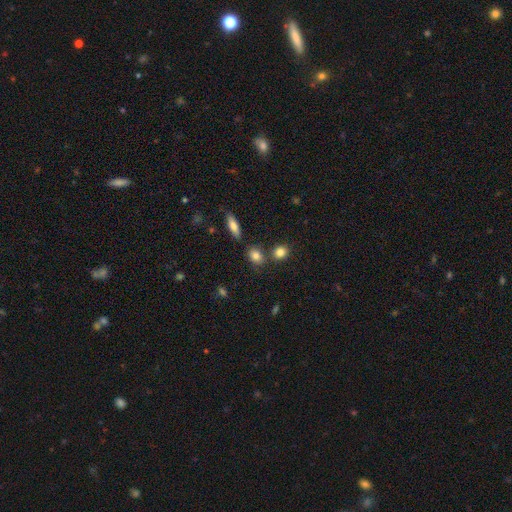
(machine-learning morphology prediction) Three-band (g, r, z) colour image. It shows a smooth galaxy with no disk features (82%) that is in between round and cigar-shaped (56%). Merging: none (72%).